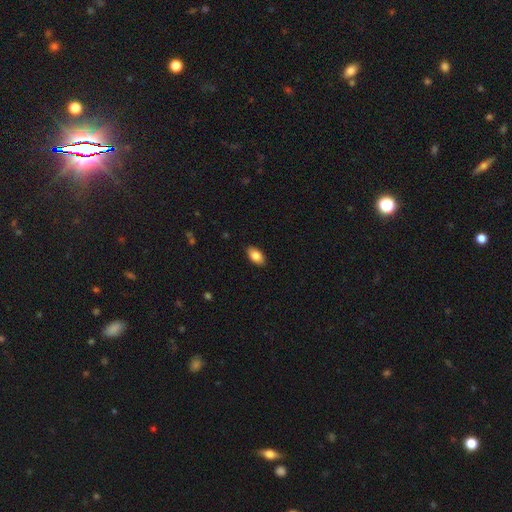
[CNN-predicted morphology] Smooth or featured? Predicted: smooth (p=0.84). How rounded? Predicted: in between (p=0.93). Merging? Predicted: none (p=0.88).